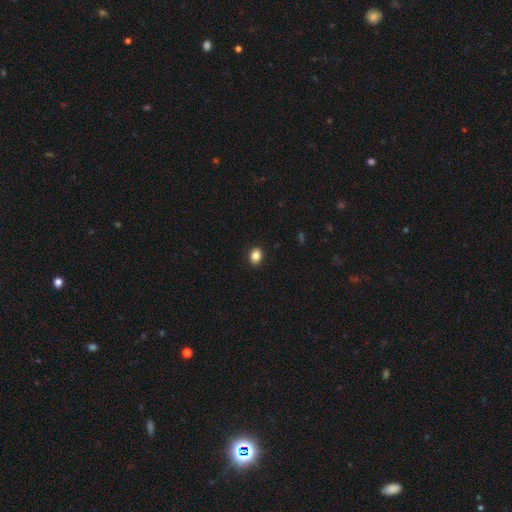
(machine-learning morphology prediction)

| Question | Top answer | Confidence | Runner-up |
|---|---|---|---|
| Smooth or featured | smooth | 86% | star or artifact (10%) |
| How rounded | in between | 54% | round (45%) |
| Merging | none | 91% | minor disturbance (6%) |